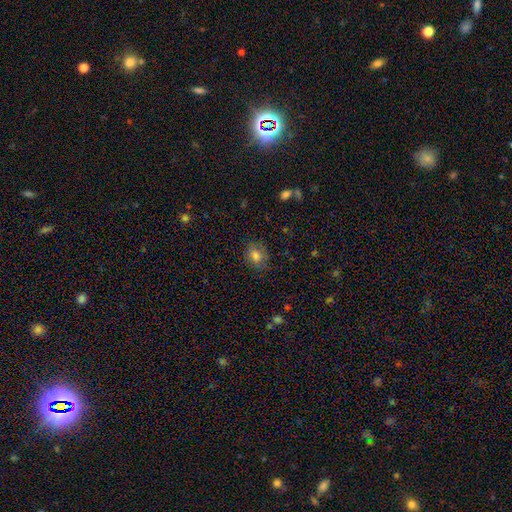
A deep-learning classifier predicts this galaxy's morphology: Smooth or featured? smooth (81%)
How rounded? in between (60%)
Merging? none (78%)